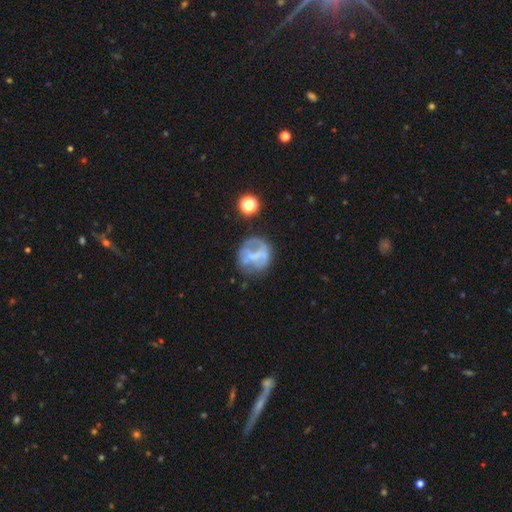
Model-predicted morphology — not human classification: This is possibly a featured or disk galaxy (50%). It is clearly not viewed edge-on (97%). Merging: possibly none (53%).